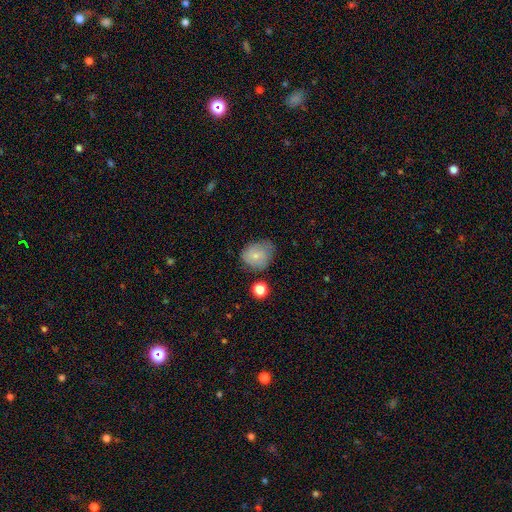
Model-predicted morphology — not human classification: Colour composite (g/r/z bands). It shows a smooth galaxy with no disk features (70%) that is round (65%). Merging: none (53%).